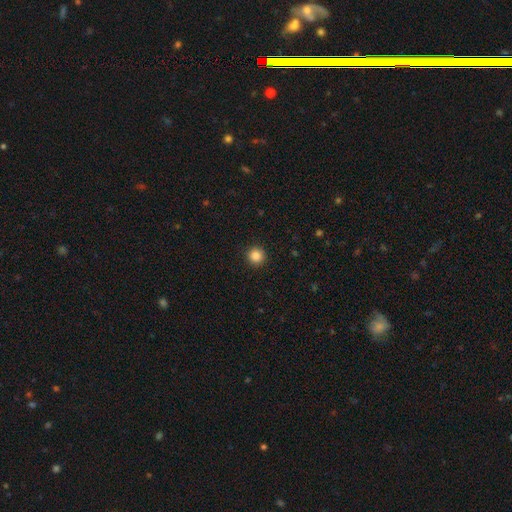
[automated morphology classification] Smooth or featured: smooth — 86% (star or artifact — 11%)
How rounded: round — 96% (in between — 4%)
Merging: none — 93% (minor disturbance — 4%)